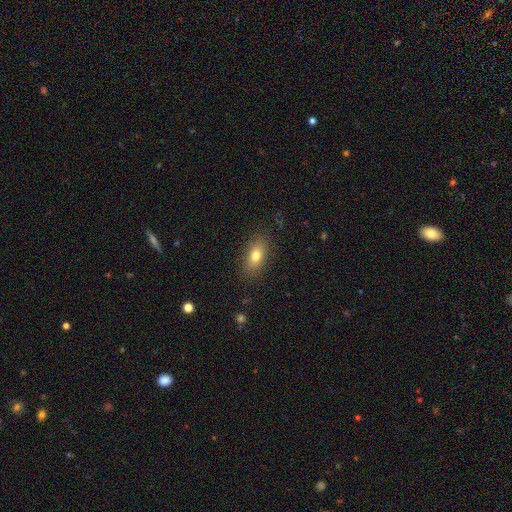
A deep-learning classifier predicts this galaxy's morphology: Q: Smooth or featured?
A: smooth (78%); runner-up: featured or disk (13%)
Q: How rounded?
A: in between (84%); runner-up: round (9%)
Q: Merging?
A: none (86%); runner-up: minor disturbance (10%)